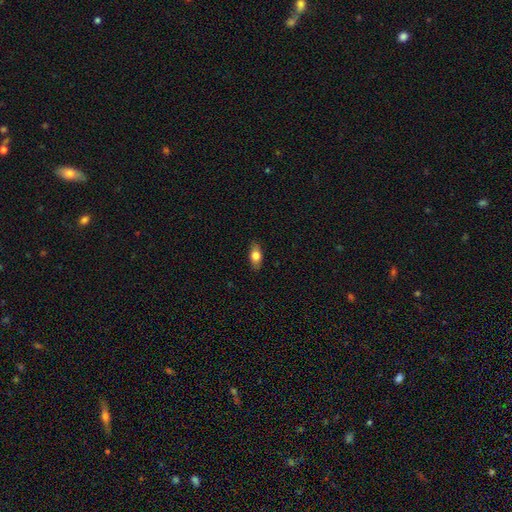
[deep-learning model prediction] A smooth galaxy with no disk features (77%) that is in between round and cigar-shaped (85%).

Vote fractions:
- Smooth or featured? smooth: 77% / featured or disk: 16% / star or artifact: 7%
- How rounded? in between: 85% / cigar-shaped: 8% / round: 7%
- Merging? none: 86% / minor disturbance: 11% / major disturbance: 2% / merger: 1%